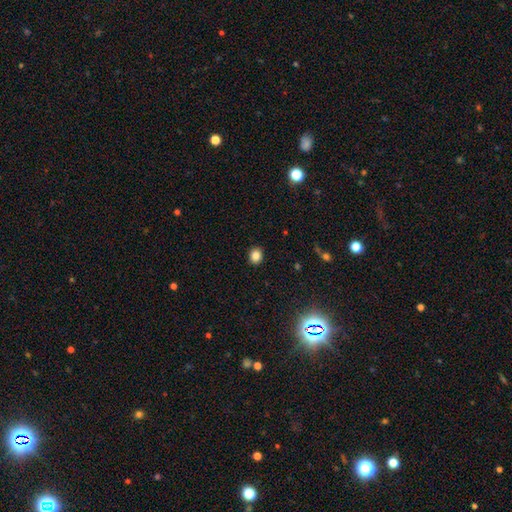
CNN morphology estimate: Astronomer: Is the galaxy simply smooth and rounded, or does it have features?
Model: smooth — 83%.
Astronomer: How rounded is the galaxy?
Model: round — 62%.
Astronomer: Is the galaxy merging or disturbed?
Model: none — 90%.